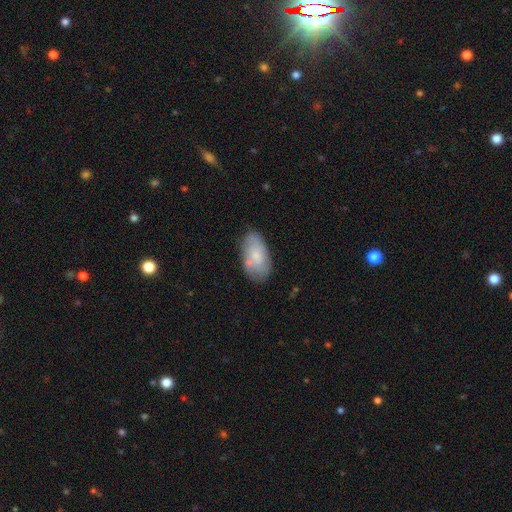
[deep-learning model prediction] Smooth or featured? smooth (63%)
How rounded? in between (94%)
Merging? none (65%)